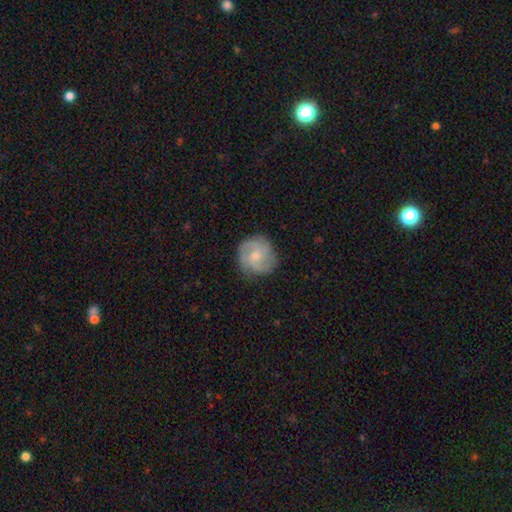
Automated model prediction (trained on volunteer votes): Morphology: type=featured or disk (58%); edge-on=no (98%); bar=no (68%); spiral arms=yes (89%); winding=tight (43%); arm count=3 (31%, tied with 2); bulge=small (56%); merging=none (79%).